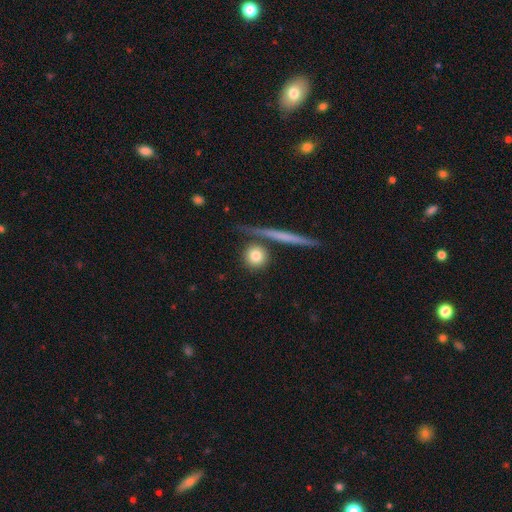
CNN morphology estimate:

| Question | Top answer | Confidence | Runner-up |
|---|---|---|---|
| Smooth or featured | smooth | 79% | featured or disk (13%) |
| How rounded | round | 89% | in between (6%) |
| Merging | none | 78% | minor disturbance (9%) |